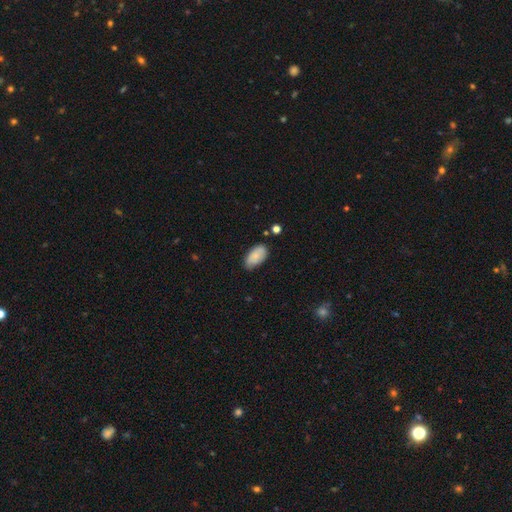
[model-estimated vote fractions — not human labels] smooth-or-featured: smooth: 82% | featured or disk: 11% | star or artifact: 7%
  how-rounded: in between: 95% | round: 3% | cigar-shaped: 2%
  merging: none: 72% | minor disturbance: 22% | major disturbance: 3% | merger: 2%